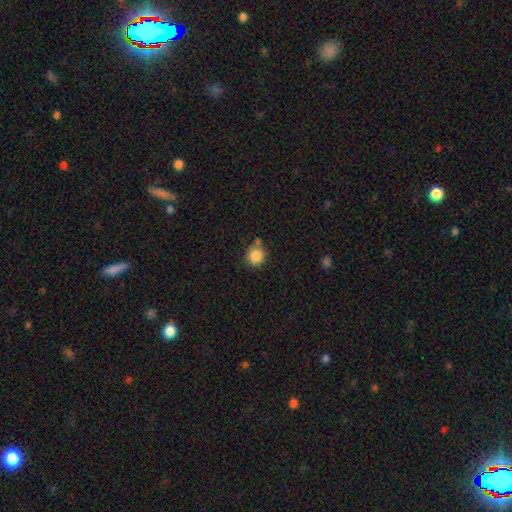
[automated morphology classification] Smooth or featured?
  - smooth: 86% *
  - star or artifact: 10%
  - featured or disk: 5%
How rounded?
  - round: 90% *
  - in between: 9%
  - cigar-shaped: 1%
Merging?
  - none: 74% *
  - minor disturbance: 13%
  - merger: 11%
  - major disturbance: 3%